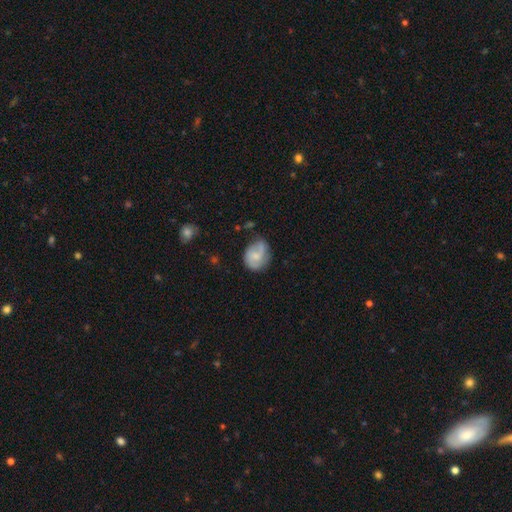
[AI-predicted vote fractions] A featured or disk galaxy (50%). Merging: none (52%).